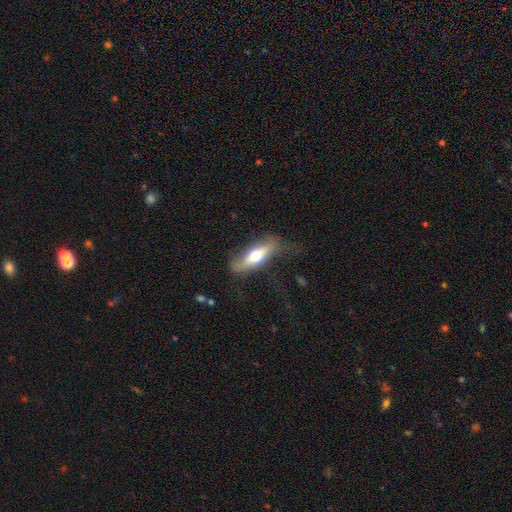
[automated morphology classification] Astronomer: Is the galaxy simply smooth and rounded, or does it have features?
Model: smooth — 49% (runner-up: featured or disk, 45%).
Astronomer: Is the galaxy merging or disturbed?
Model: none — 65%.